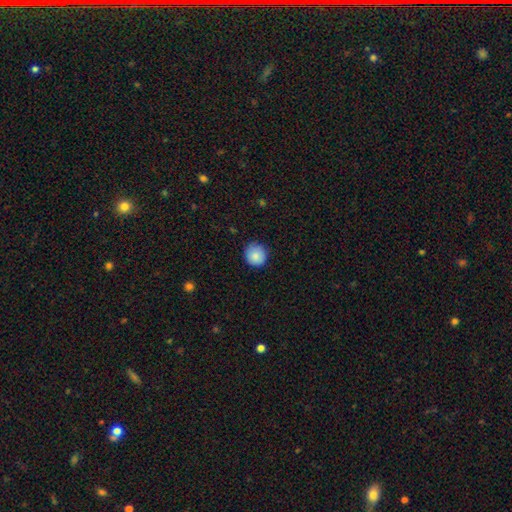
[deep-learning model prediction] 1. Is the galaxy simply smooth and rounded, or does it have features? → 86% smooth, 8% star or artifact, 5% featured or disk.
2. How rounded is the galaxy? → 92% round, 7% in between, 1% cigar-shaped.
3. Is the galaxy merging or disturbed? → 82% none, 15% minor disturbance, 2% major disturbance, 1% merger.